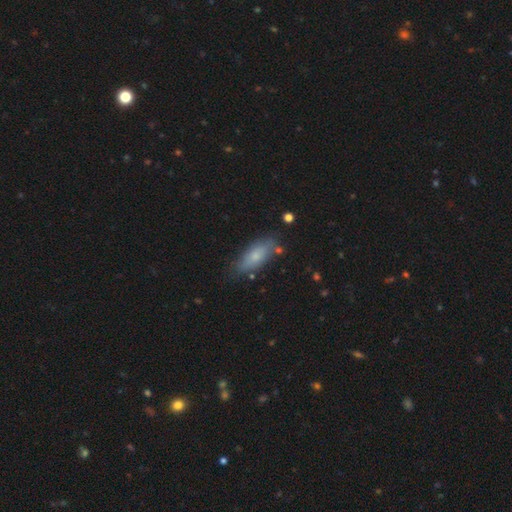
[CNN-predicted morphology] A smooth galaxy with no disk features (72%) that is in between round and cigar-shaped (73%). Merging: none (73%).